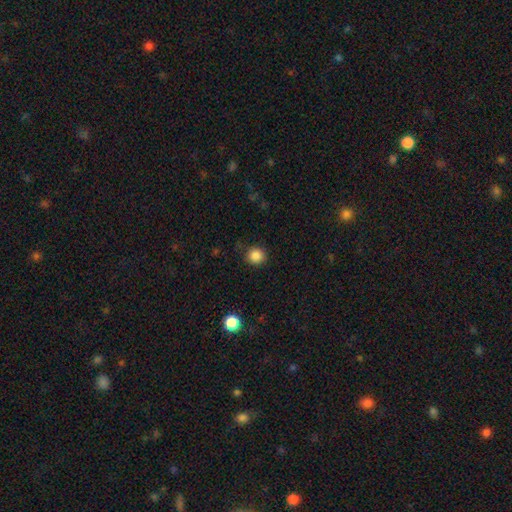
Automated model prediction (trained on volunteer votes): smooth-or-featured: smooth: 86% | star or artifact: 11% | featured or disk: 3%
  how-rounded: round: 91% | in between: 8% | cigar-shaped: 1%
  merging: none: 89% | minor disturbance: 8% | major disturbance: 2% | merger: 1%